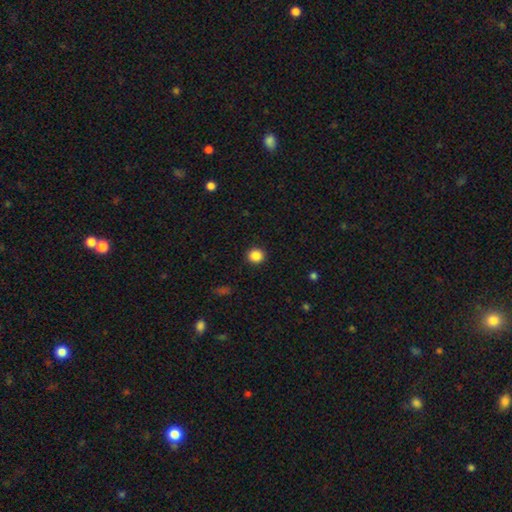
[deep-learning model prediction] Smooth or featured?
  - smooth: 86% *
  - star or artifact: 10%
  - featured or disk: 3%
How rounded?
  - round: 88% *
  - in between: 11%
  - cigar-shaped: 1%
Merging?
  - none: 92% *
  - minor disturbance: 5%
  - major disturbance: 2%
  - merger: 1%